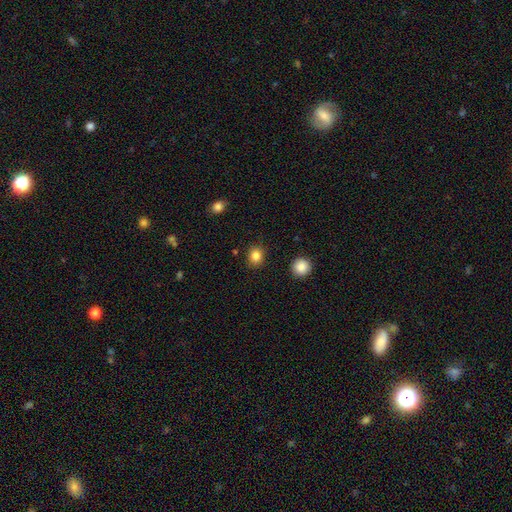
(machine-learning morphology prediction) Q: Smooth or featured?
A: smooth (84%); runner-up: star or artifact (11%)
Q: How rounded?
A: round (74%); runner-up: in between (25%)
Q: Merging?
A: none (87%); runner-up: minor disturbance (8%)